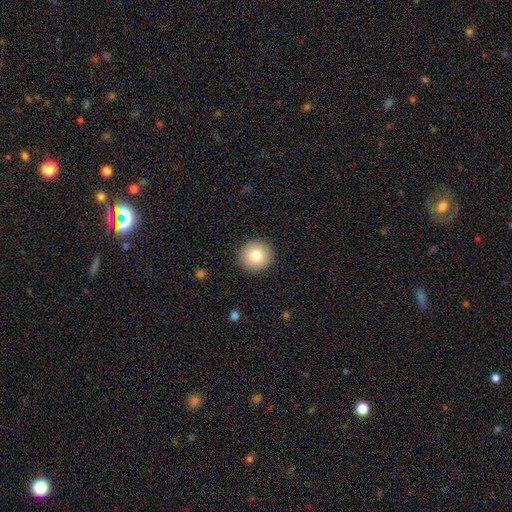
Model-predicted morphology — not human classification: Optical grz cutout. It shows a smooth galaxy with no disk features (81%) that is round (94%). Merging: none (92%).